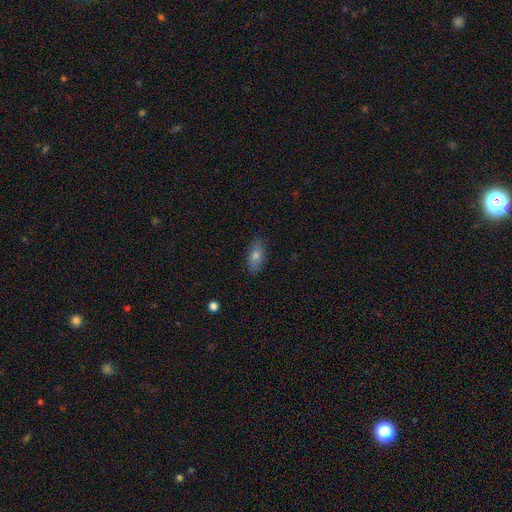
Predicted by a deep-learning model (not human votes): Smooth or featured? smooth (72%)
How rounded? in between (81%)
Merging? none (86%)